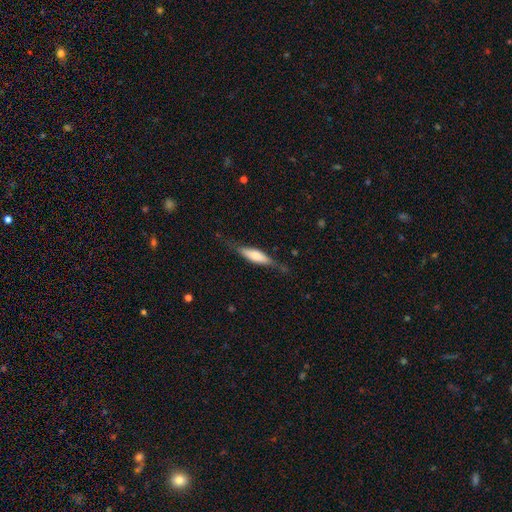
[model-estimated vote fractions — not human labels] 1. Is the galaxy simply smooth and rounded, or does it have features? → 59% smooth, 34% featured or disk, 6% star or artifact.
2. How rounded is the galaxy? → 64% cigar-shaped, 34% in between, 2% round.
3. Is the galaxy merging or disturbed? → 72% none, 20% minor disturbance, 6% major disturbance, 2% merger.